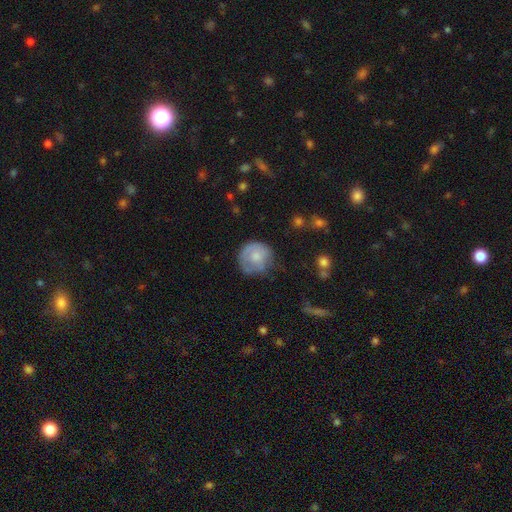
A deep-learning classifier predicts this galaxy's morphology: Smooth or featured: smooth — 67% (featured or disk — 26%)
How rounded: round — 90% (in between — 9%)
Merging: none — 58% (minor disturbance — 28%)